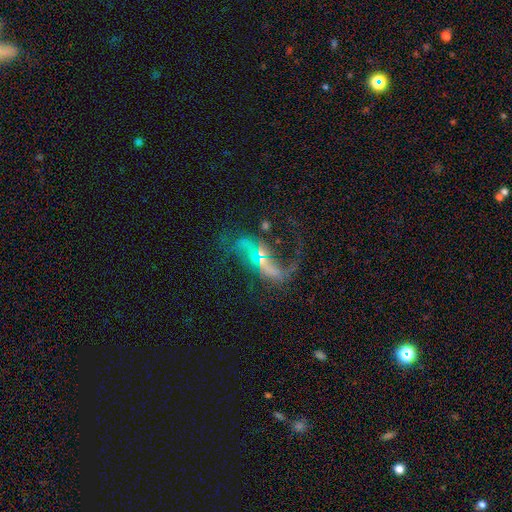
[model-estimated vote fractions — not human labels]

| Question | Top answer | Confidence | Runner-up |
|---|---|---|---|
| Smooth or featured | featured or disk | 77% | star or artifact (12%) |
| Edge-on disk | no | 87% | yes (13%) |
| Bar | weak | 36% | no (35%) |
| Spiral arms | yes | 83% | no (17%) |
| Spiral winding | loose | 80% | medium (15%) |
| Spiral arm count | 2 | 63% | 1 (27%) |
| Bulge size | small | 50% | moderate (31%) |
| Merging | none | 42% | major disturbance (33%) |